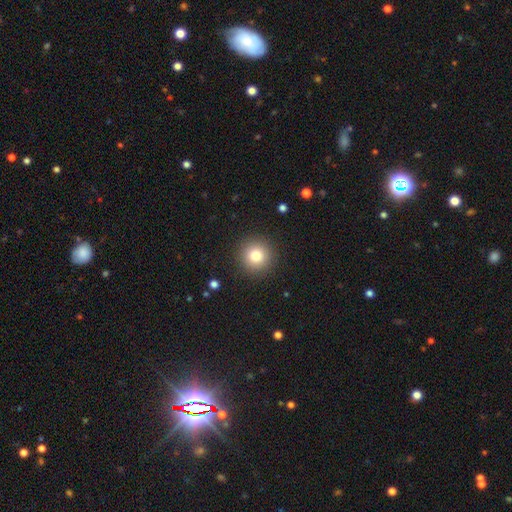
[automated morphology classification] Smooth or featured? smooth (79%)
How rounded? round (96%)
Merging? none (92%)